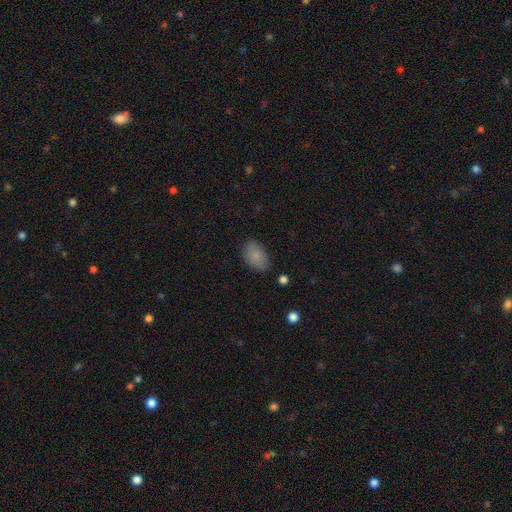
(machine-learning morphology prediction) The model was most divided on "merging": none: 81%, minor disturbance: 14%, major disturbance: 3%, merger: 2%. More confident: how rounded — in between (87%); smooth or featured — smooth (84%).